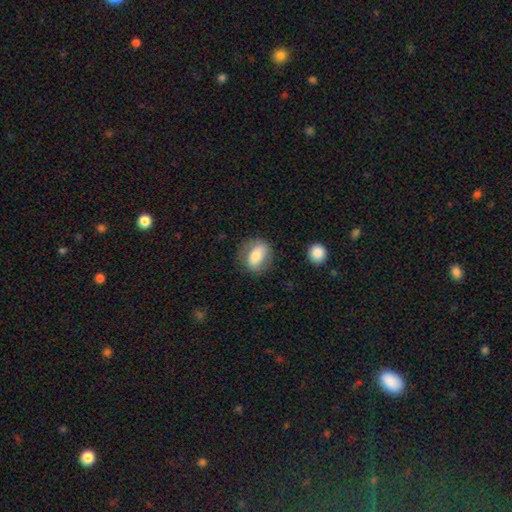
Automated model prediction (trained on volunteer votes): smooth_or_featured: smooth (p=0.69) [alt: featured or disk p=0.24]
how_rounded: in between (p=0.69) [alt: round p=0.29]
merging: none (p=0.74) [alt: minor disturbance p=0.17]